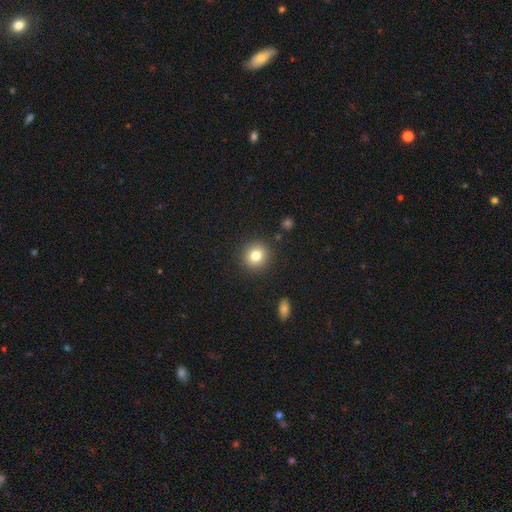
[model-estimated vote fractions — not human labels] smooth_or_featured: smooth (p=0.80) [alt: star or artifact p=0.11]
how_rounded: round (p=0.92) [alt: in between p=0.08]
merging: none (p=0.90) [alt: minor disturbance p=0.06]